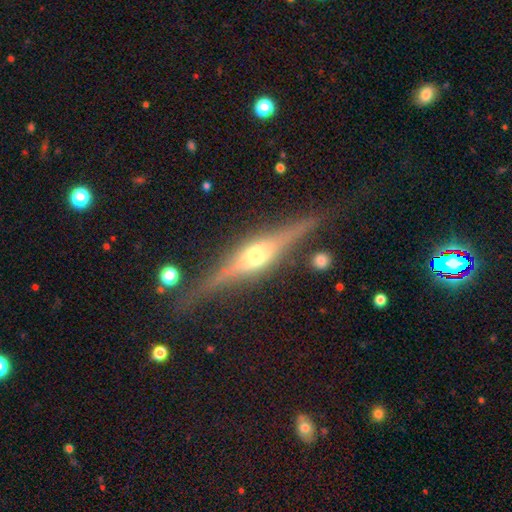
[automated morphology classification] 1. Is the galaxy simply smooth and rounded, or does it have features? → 78% featured or disk, 15% smooth, 7% star or artifact.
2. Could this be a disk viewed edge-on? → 96% yes, 4% no.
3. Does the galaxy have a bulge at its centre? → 89% rounded, 8% boxy, 3% none.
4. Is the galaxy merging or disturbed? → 83% none, 11% minor disturbance, 3% major disturbance, 3% merger.